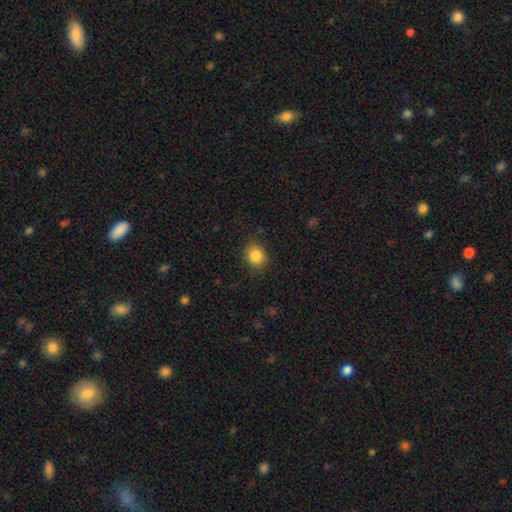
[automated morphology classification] Smooth or featured?
  - smooth: 85% *
  - star or artifact: 9%
  - featured or disk: 5%
How rounded?
  - round: 72% *
  - in between: 27%
  - cigar-shaped: 1%
Merging?
  - none: 83% *
  - minor disturbance: 12%
  - major disturbance: 3%
  - merger: 1%